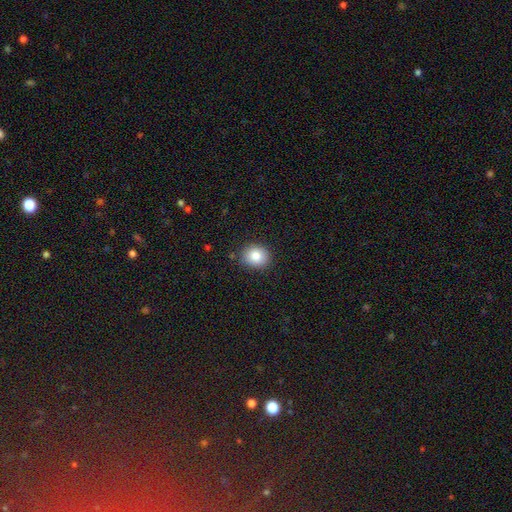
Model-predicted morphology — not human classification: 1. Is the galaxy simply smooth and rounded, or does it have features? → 83% smooth, 9% star or artifact, 8% featured or disk.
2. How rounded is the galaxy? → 70% round, 29% in between, 1% cigar-shaped.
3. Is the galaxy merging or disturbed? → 87% none, 10% minor disturbance, 2% major disturbance, 1% merger.